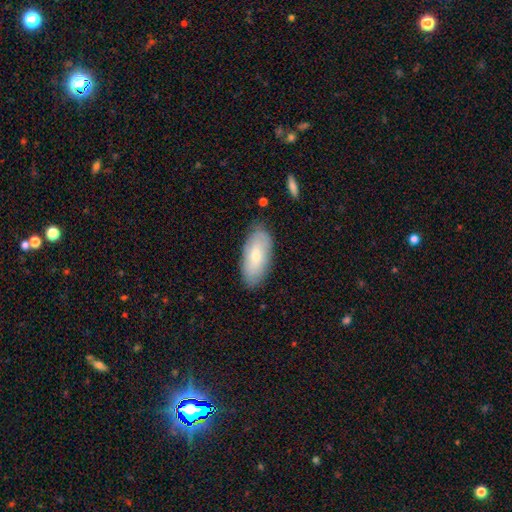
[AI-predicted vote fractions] Overall: smooth (68%). How rounded: in between (90%). Merging: none (81%).